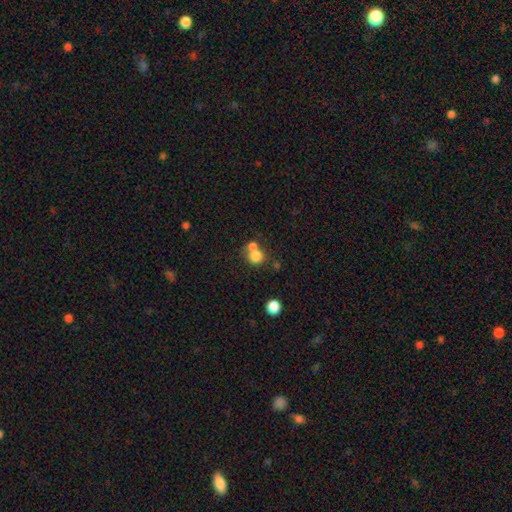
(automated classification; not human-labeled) The model was most divided on "merging": merger: 46%, none: 44%, minor disturbance: 7%, major disturbance: 3%. More confident: how rounded — round (85%); smooth or featured — smooth (78%).